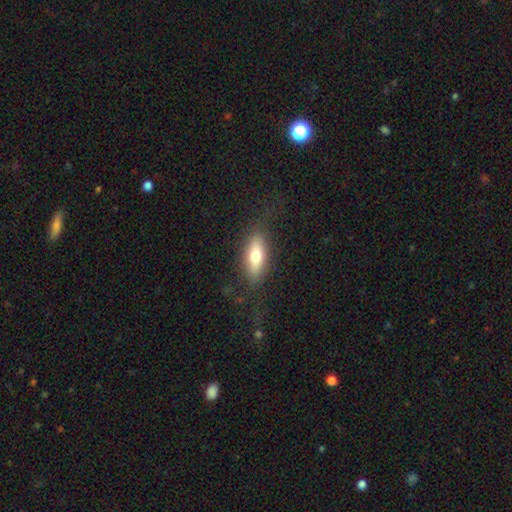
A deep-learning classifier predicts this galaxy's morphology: Smooth or featured: smooth — 70% (featured or disk — 24%)
How rounded: in between — 73% (cigar-shaped — 24%)
Merging: none — 78% (minor disturbance — 14%)